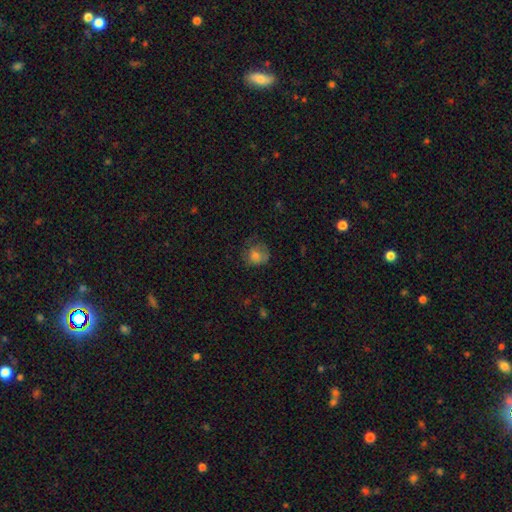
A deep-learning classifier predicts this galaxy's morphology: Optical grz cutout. It shows a smooth galaxy with no disk features (74%) that is round (75%). Merging: none (54%).